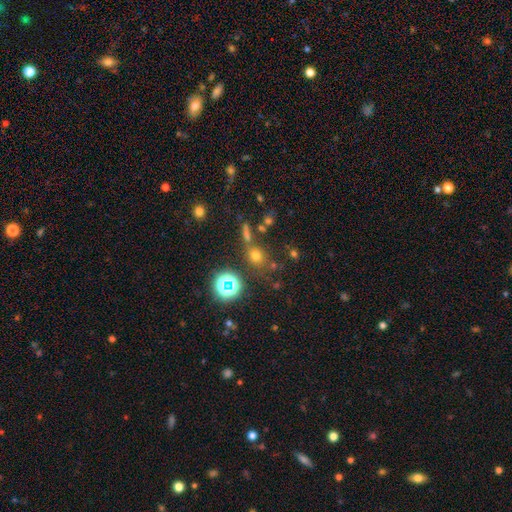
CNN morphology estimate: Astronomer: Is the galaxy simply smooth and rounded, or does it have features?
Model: smooth — 63%.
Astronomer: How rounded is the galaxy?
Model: round — 75%.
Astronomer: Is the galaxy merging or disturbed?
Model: none — 69%.